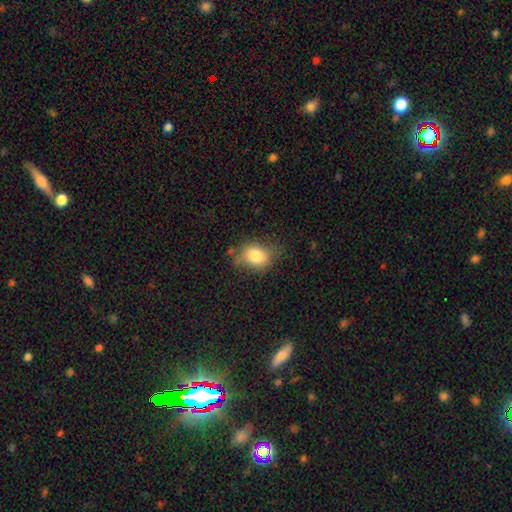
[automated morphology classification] Smooth or featured: smooth — 80% (featured or disk — 11%)
How rounded: in between — 59% (round — 40%)
Merging: none — 60% (minor disturbance — 28%)